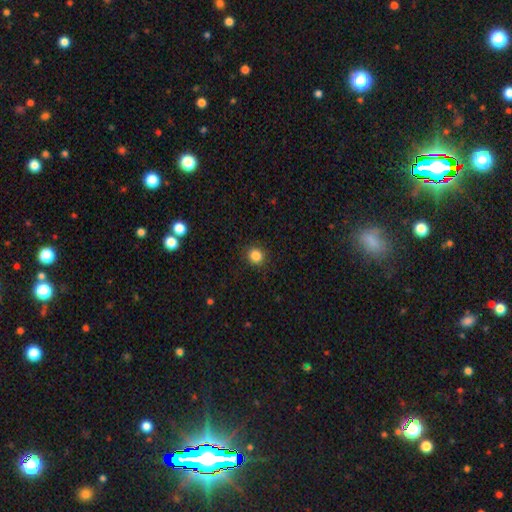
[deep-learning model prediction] This appears to be a smooth galaxy with no disk features (85%) that is round (90%). Merging: none (90%).